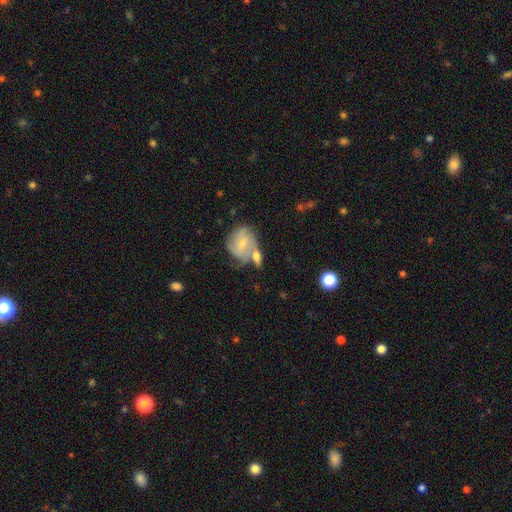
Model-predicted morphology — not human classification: smooth-or-featured: featured or disk: 48% | smooth: 43% | star or artifact: 9%
  merging: merger: 39% | none: 37% | minor disturbance: 15% | major disturbance: 8%